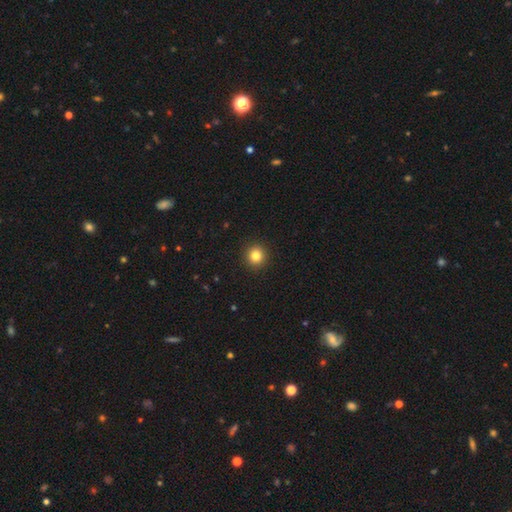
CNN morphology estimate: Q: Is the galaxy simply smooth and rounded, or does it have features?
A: smooth — 83%.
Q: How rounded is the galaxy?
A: round — 94%.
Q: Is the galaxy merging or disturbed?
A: none — 93%.